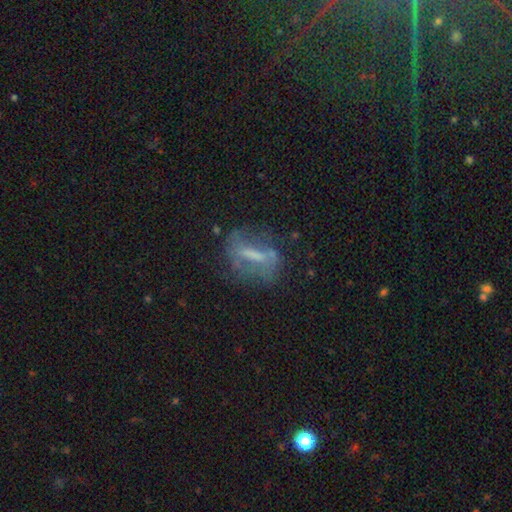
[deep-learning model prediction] This is possibly a featured or disk galaxy (57%). It is clearly not viewed edge-on (84%). Merging: possibly none (57%).